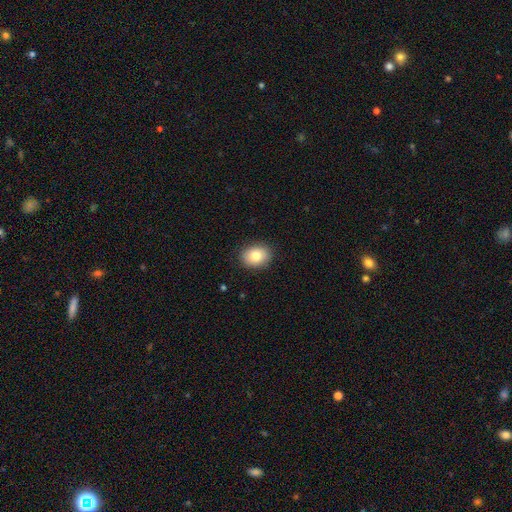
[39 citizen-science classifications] A smooth galaxy with no disk features (87%) that is in between round and cigar-shaped (62%). Merging: none (92%).